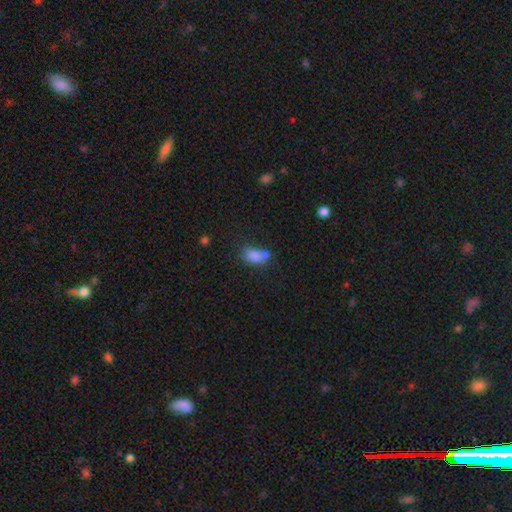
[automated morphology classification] Overall: smooth (79%). How rounded: in between (85%). Merging: none (37%; merger 30%).